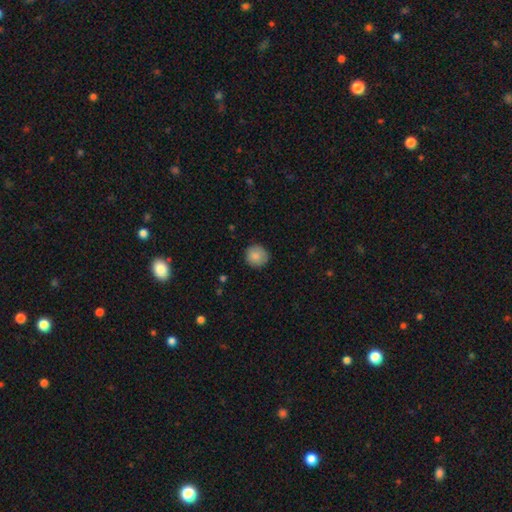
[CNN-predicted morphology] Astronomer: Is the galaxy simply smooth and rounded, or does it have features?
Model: smooth — 87%.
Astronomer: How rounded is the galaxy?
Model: round — 91%.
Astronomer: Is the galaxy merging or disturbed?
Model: none — 87%.